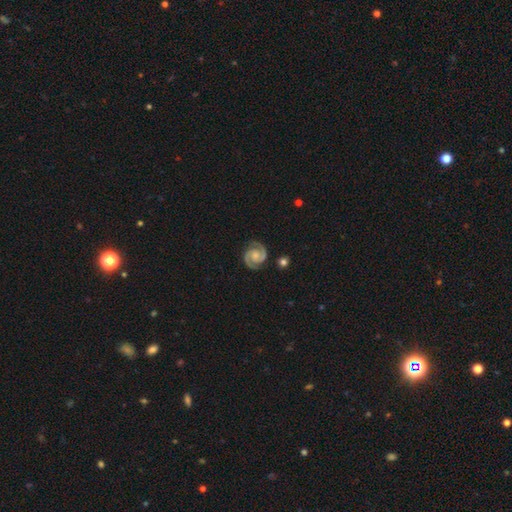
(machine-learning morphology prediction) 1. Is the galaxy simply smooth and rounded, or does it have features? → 92% featured or disk, 4% smooth, 4% star or artifact.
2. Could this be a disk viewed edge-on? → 98% no, 2% yes.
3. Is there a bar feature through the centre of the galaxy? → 61% no, 30% weak, 9% strong.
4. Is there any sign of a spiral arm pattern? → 99% yes, 1% no.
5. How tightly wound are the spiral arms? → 54% tight, 41% medium, 5% loose.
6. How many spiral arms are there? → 94% 2, 1% can't tell, 1% 3, 1% 1, 1% 4, 1% more than 4.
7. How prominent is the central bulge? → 40% moderate, 31% small, 22% none, 5% large, 2% dominant.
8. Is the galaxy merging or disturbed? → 86% none, 10% minor disturbance, 2% major disturbance, 2% merger.